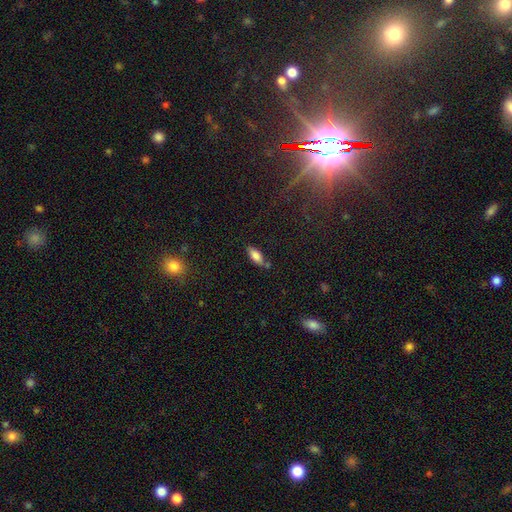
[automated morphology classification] Overall: smooth (77%). How rounded: in between (77%). Merging: none (72%).